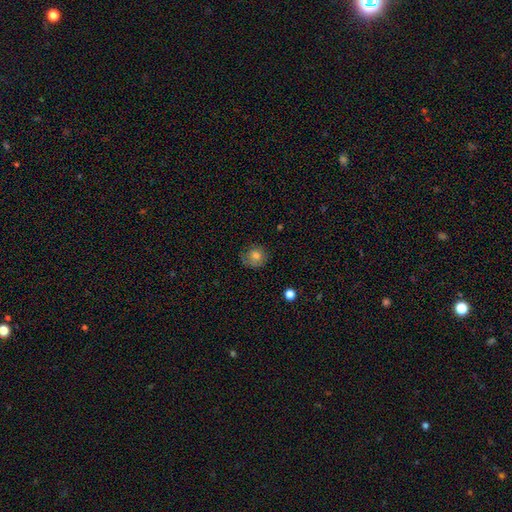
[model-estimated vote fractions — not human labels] Smooth or featured? smooth (75%)
How rounded? round (81%)
Merging? none (67%)